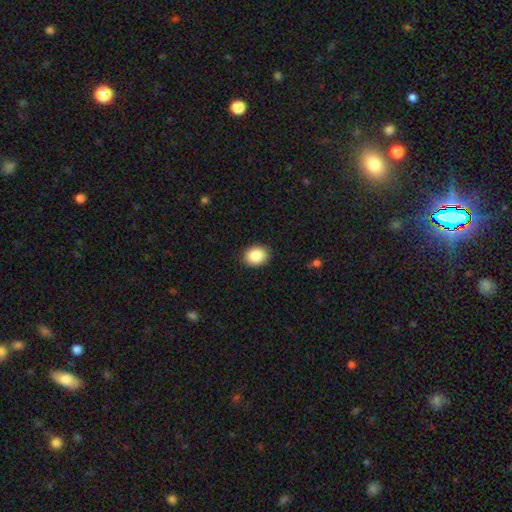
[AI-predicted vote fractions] Smooth or featured?
  - smooth: 88% *
  - star or artifact: 8%
  - featured or disk: 4%
How rounded?
  - round: 52% *
  - in between: 47%
  - cigar-shaped: 1%
Merging?
  - none: 90% *
  - minor disturbance: 8%
  - major disturbance: 2%
  - merger: 1%